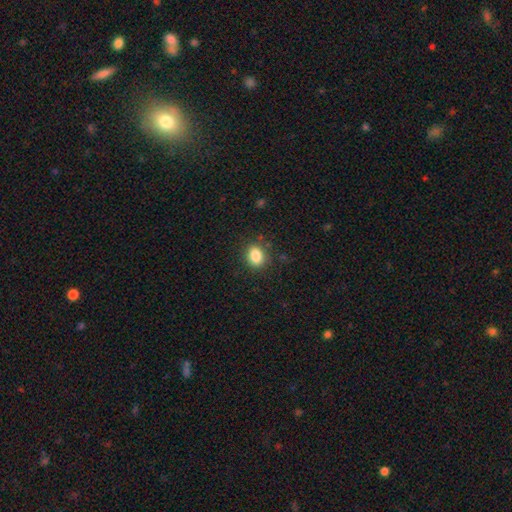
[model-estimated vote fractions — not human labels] A smooth galaxy with no disk features (85%) that is in between round and cigar-shaped (53%).

Vote fractions:
- Smooth or featured? smooth: 85% / star or artifact: 10% / featured or disk: 5%
- How rounded? in between: 53% / round: 46% / cigar-shaped: 1%
- Merging? none: 85% / minor disturbance: 11% / major disturbance: 3% / merger: 1%